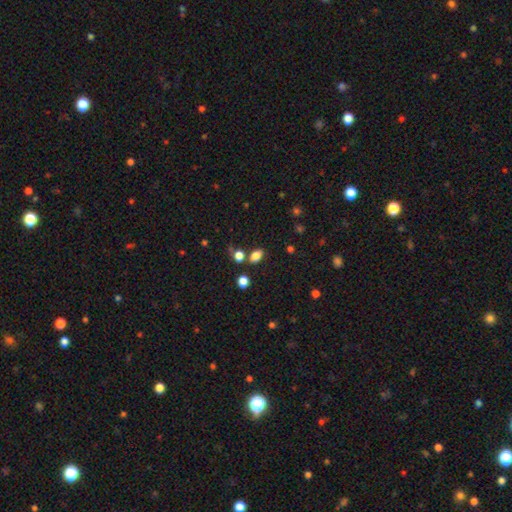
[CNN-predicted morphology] smooth-or-featured: smooth: 81% | star or artifact: 13% | featured or disk: 6%
  how-rounded: in between: 82% | round: 16% | cigar-shaped: 2%
  merging: none: 72% | merger: 12% | minor disturbance: 12% | major disturbance: 4%